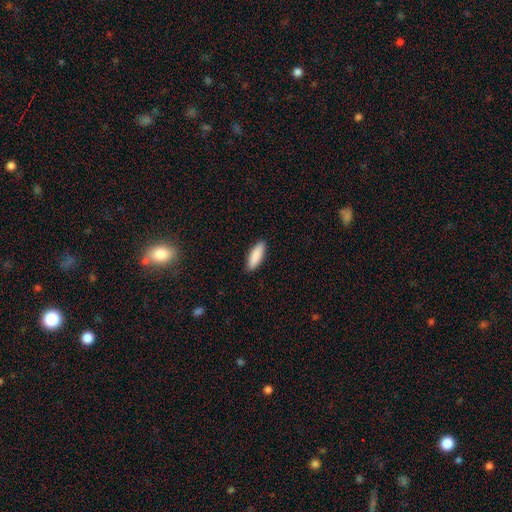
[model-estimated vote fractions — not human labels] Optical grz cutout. It shows a smooth galaxy with no disk features (89%) that is in between round and cigar-shaped (59%). Merging: none (89%).